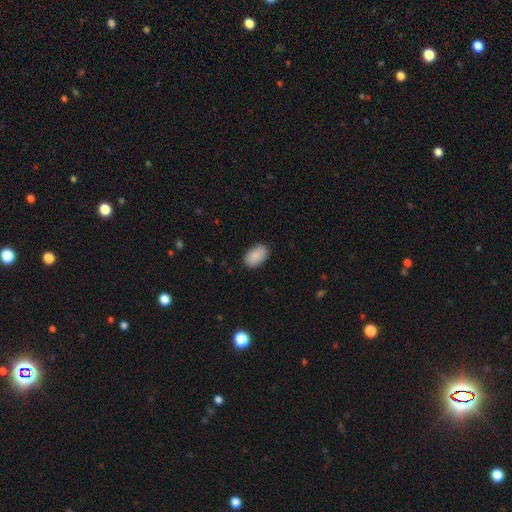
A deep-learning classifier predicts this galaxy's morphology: smooth_or_featured: smooth (p=0.88) [alt: star or artifact p=0.07]
how_rounded: in between (p=0.91) [alt: round p=0.08]
merging: none (p=0.87) [alt: minor disturbance p=0.10]